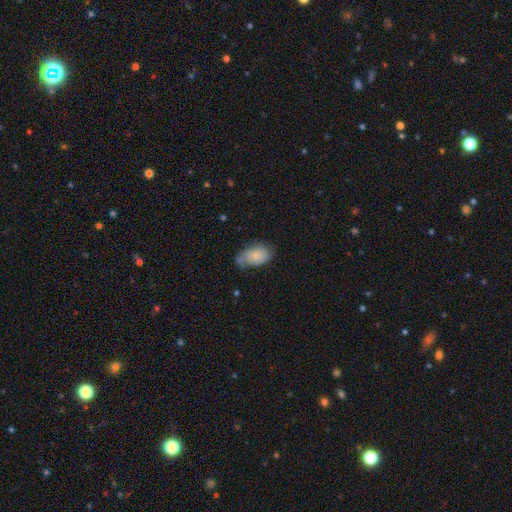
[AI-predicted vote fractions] Overall: smooth (76%). How rounded: in between (90%). Merging: none (42%; minor disturbance 36%).